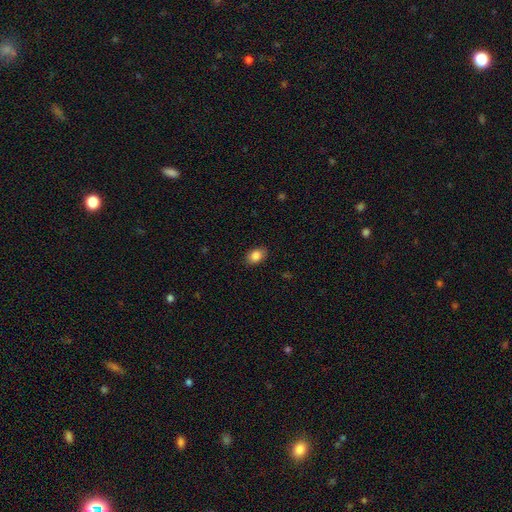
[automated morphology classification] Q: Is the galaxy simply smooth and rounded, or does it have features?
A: smooth — 86%.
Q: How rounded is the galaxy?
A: in between — 84%.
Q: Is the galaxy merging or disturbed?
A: none — 87%.